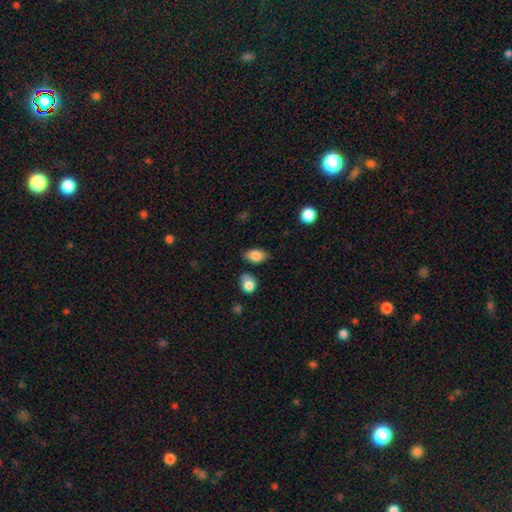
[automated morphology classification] type=smooth (85%); roundness=in between (88%); merging=none (74%).